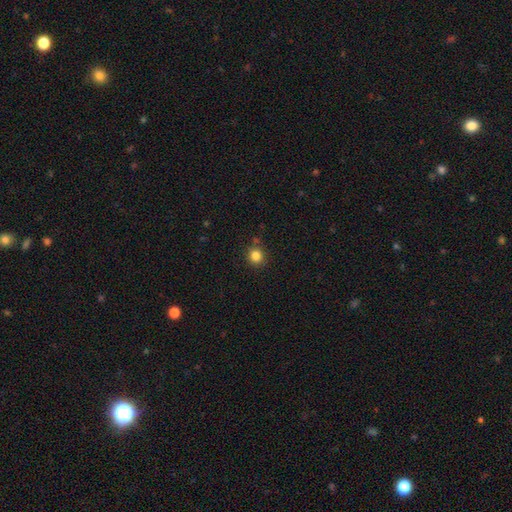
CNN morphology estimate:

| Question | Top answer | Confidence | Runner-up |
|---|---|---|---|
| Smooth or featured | smooth | 84% | star or artifact (12%) |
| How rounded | round | 89% | in between (10%) |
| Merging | none | 83% | minor disturbance (9%) |